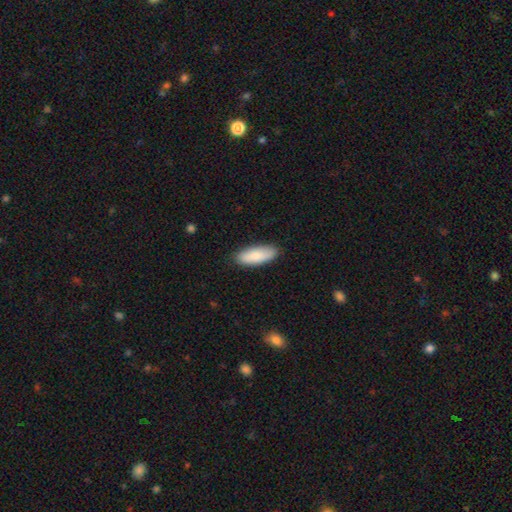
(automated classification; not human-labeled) Smooth or featured?
  - smooth: 86% *
  - featured or disk: 9%
  - star or artifact: 6%
How rounded?
  - in between: 69% *
  - cigar-shaped: 29%
  - round: 2%
Merging?
  - none: 87% *
  - minor disturbance: 10%
  - major disturbance: 2%
  - merger: 1%